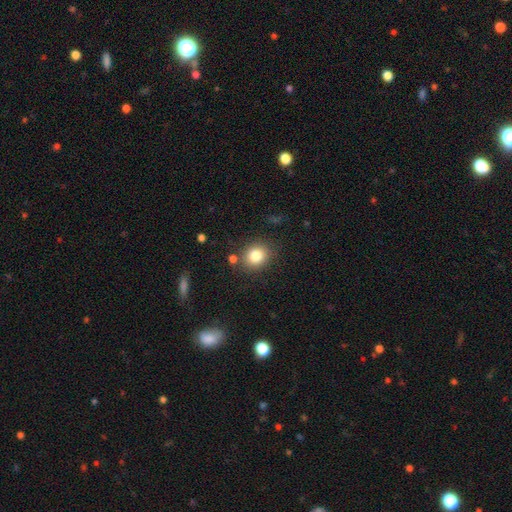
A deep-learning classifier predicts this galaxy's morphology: Smooth or featured? smooth (81%)
How rounded? round (71%)
Merging? none (82%)